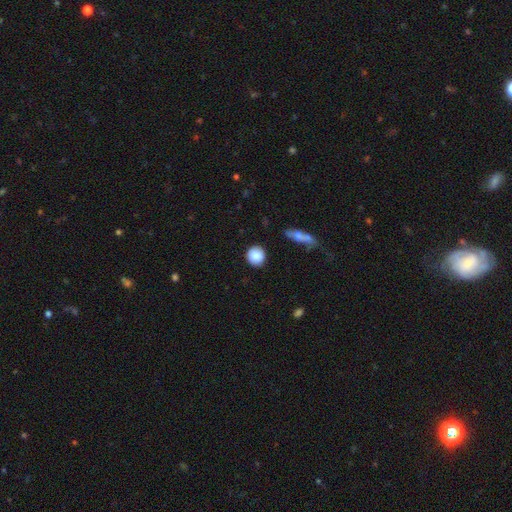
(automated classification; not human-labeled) This appears to be a smooth galaxy with no disk features (88%) that is round (91%). Merging: none (88%).